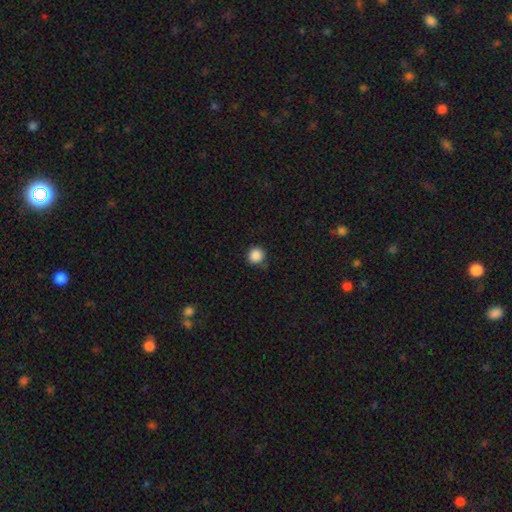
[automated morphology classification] This is clearly a smooth galaxy (88%). How rounded: clearly round (94%). Merging: clearly none (84%).